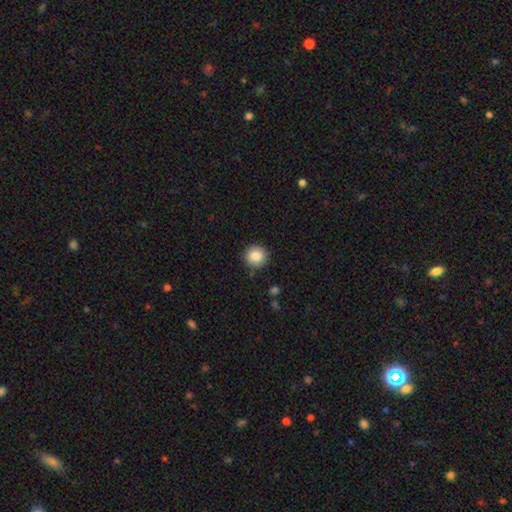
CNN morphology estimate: Smooth or featured: smooth — 84% (star or artifact — 9%)
How rounded: round — 94% (in between — 5%)
Merging: none — 89% (minor disturbance — 8%)